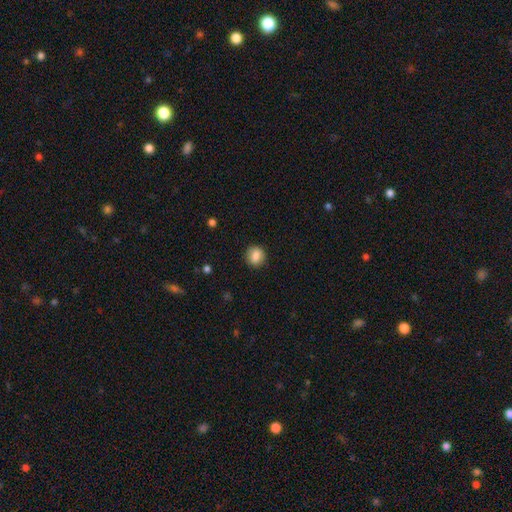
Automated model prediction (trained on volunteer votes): This is clearly a smooth galaxy (86%). How rounded: likely round (77%). Merging: clearly none (87%).